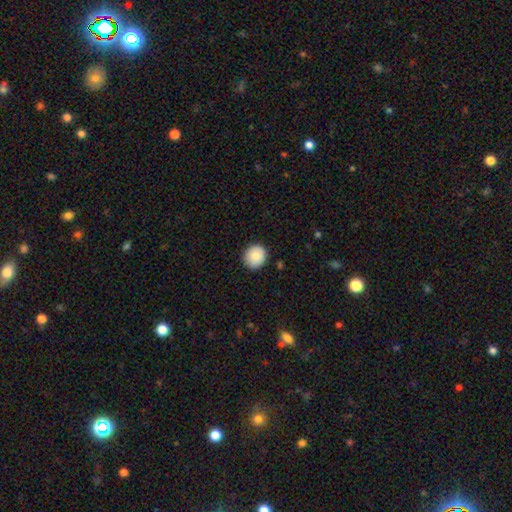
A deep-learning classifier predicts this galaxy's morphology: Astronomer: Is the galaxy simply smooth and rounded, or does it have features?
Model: smooth — 83%.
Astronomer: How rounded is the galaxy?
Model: round — 82%.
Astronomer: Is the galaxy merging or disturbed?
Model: none — 88%.